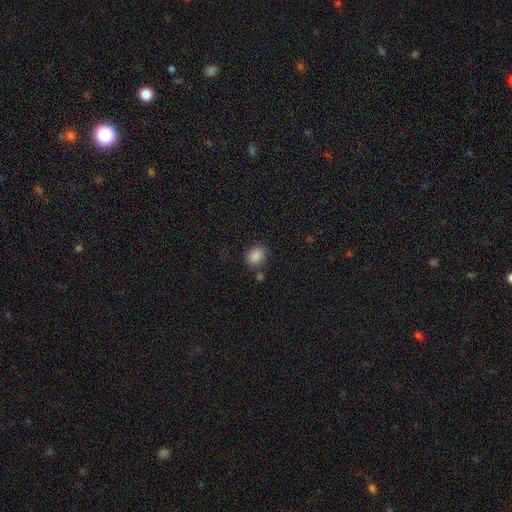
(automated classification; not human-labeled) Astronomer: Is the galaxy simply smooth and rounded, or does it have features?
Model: smooth — 86%.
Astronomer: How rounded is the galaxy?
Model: round — 58% (runner-up: in between, 41%).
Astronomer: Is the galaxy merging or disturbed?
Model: none — 75%.